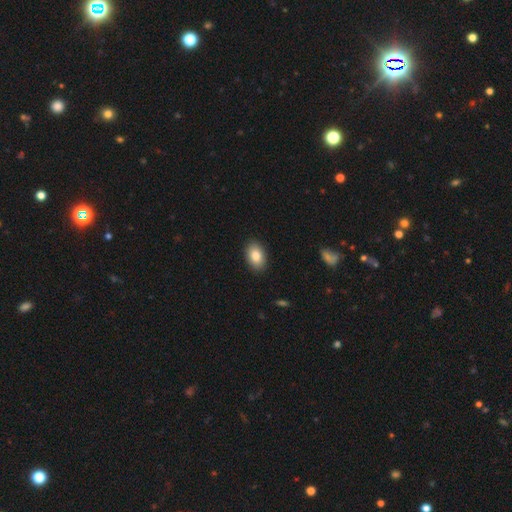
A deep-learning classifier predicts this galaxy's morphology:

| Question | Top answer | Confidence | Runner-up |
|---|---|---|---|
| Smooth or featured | smooth | 85% | featured or disk (8%) |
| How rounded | in between | 89% | round (10%) |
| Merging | none | 90% | minor disturbance (8%) |